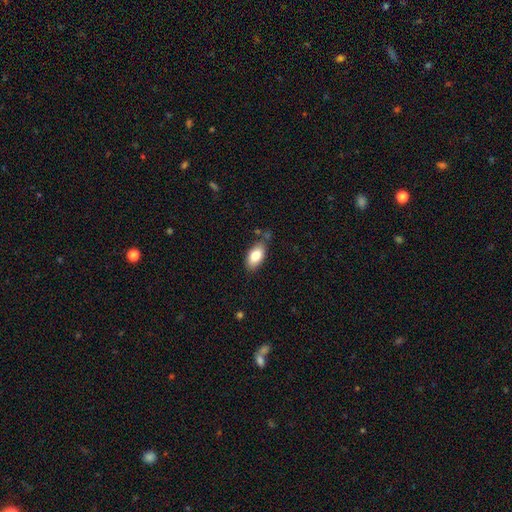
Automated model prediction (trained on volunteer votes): Smooth or featured? smooth (82%)
How rounded? in between (93%)
Merging? none (75%)